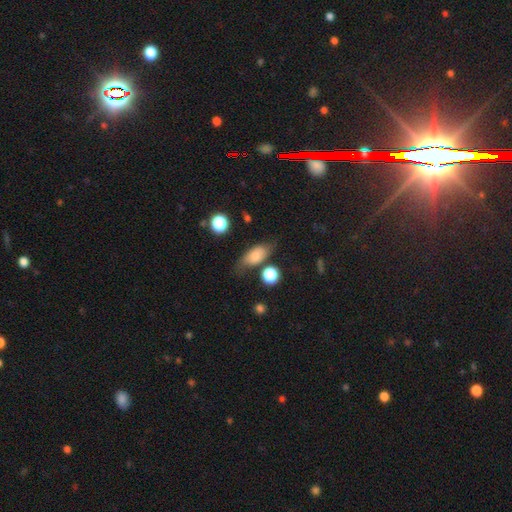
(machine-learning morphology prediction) Overall: smooth (73%). How rounded: in between (78%). Merging: none (62%; minor disturbance 23%).